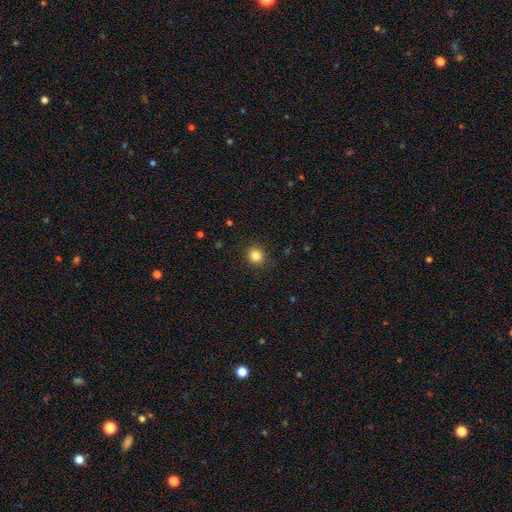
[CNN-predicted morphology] A smooth galaxy with no disk features (84%) that is round (89%).

Vote fractions:
- Smooth or featured? smooth: 84% / star or artifact: 12% / featured or disk: 5%
- How rounded? round: 89% / in between: 10% / cigar-shaped: 1%
- Merging? none: 90% / minor disturbance: 7% / major disturbance: 2% / merger: 1%